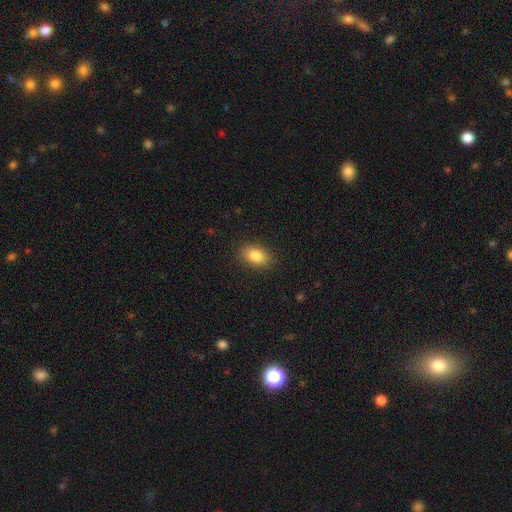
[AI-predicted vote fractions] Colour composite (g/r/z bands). It shows a smooth galaxy with no disk features (83%) that is in between round and cigar-shaped (84%). Merging: none (87%).